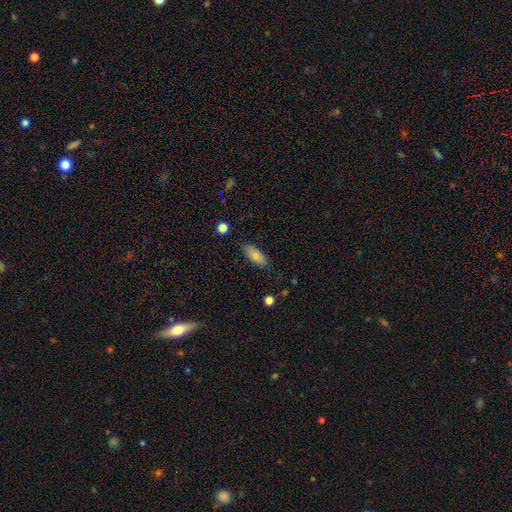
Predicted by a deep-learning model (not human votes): This is clearly a smooth galaxy (82%). How rounded: likely in between (77%). Merging: clearly none (81%).